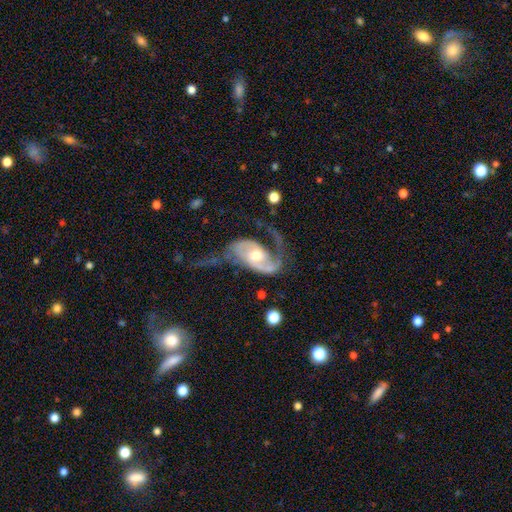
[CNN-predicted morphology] Smooth or featured?
  - featured or disk: 88% *
  - smooth: 8%
  - star or artifact: 5%
Edge-on disk?
  - no: 96% *
  - yes: 4%
Bar?
  - no: 56% *
  - weak: 31%
  - strong: 13%
Spiral arms?
  - yes: 95% *
  - no: 5%
Spiral winding?
  - loose: 44% *
  - medium: 40%
  - tight: 17%
Spiral arm count?
  - 2: 77% *
  - 1: 16%
  - can't tell: 4%
  - 3: 2%
  - 4: 1%
  - more than 4: 1%
Bulge size?
  - moderate: 71% *
  - small: 18%
  - large: 8%
  - none: 1%
  - dominant: 1%
Merging?
  - none: 43% *
  - major disturbance: 34%
  - minor disturbance: 18%
  - merger: 5%